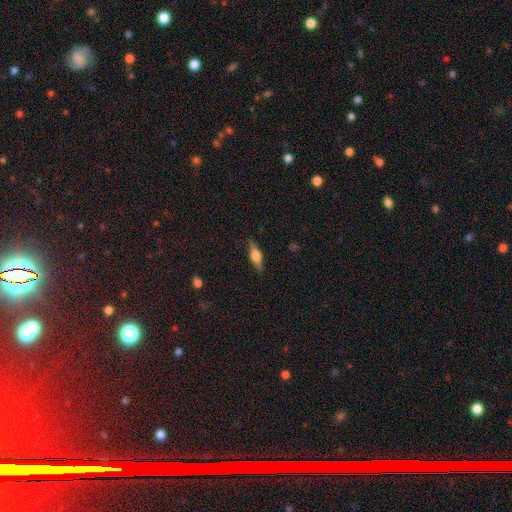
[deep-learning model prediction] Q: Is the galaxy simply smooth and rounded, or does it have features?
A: featured or disk — 51%.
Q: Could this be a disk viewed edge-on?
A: yes — 94%.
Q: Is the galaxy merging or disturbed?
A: none — 86%.